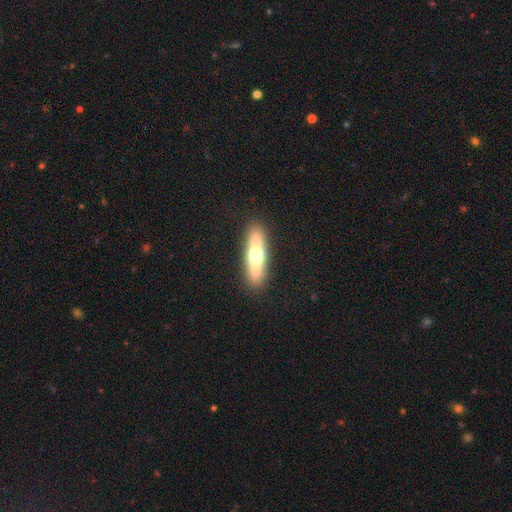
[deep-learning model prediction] A smooth galaxy with no disk features (47%).

Vote fractions:
- Smooth or featured? smooth: 47% / featured or disk: 46% / star or artifact: 6%
- Merging? none: 90% / minor disturbance: 7% / major disturbance: 2% / merger: 1%